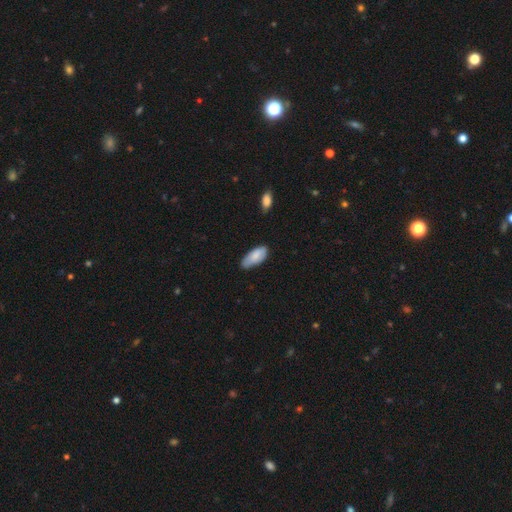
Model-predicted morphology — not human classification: This is likely a smooth galaxy (79%). How rounded: clearly in between (88%). Merging: likely none (60%).